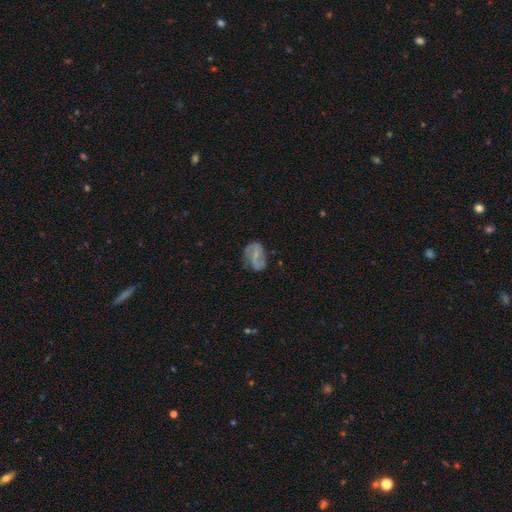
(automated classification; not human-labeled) featured or disk 65%, smooth 27%, star or artifact 8%. Down the decision tree: edge-on disk — no (97%); bar — weak (43%); spiral arms — yes (78%); bulge size — none (43%); merging — none (60%).